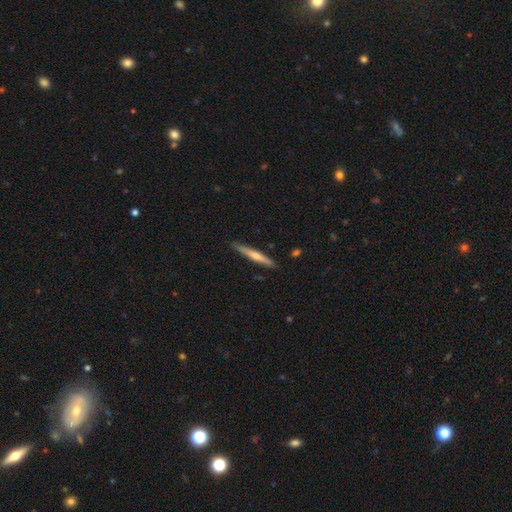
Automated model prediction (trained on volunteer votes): smooth_or_featured: featured or disk (p=0.54) [alt: smooth p=0.40]
disk_edge_on: yes (p=0.96) [alt: no p=0.04]
edge_on_bulge: rounded (p=0.73) [alt: none p=0.23]
merging: none (p=0.89) [alt: minor disturbance p=0.08]